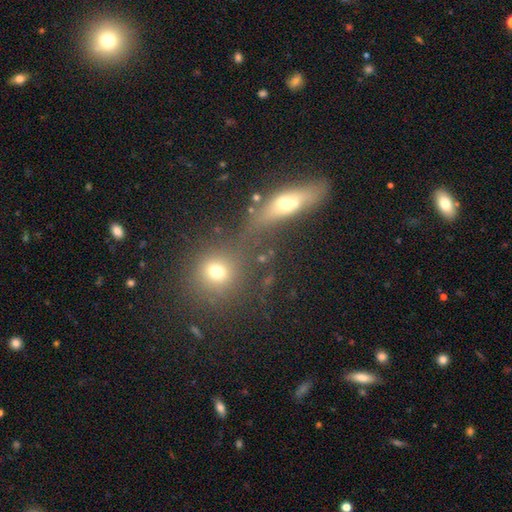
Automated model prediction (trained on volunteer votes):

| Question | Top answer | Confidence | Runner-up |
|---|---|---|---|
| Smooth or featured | smooth | 44% | featured or disk (31%) |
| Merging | none | 68% | merger (17%) |